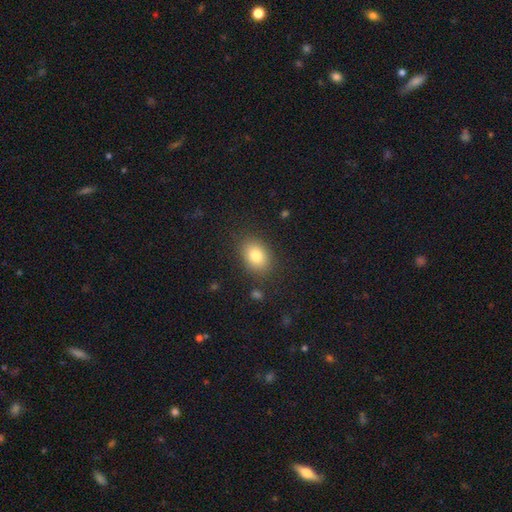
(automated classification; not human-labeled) Smooth or featured?
  - smooth: 81% *
  - featured or disk: 10%
  - star or artifact: 9%
How rounded?
  - in between: 73% *
  - round: 26%
  - cigar-shaped: 1%
Merging?
  - none: 84% *
  - minor disturbance: 11%
  - major disturbance: 4%
  - merger: 2%